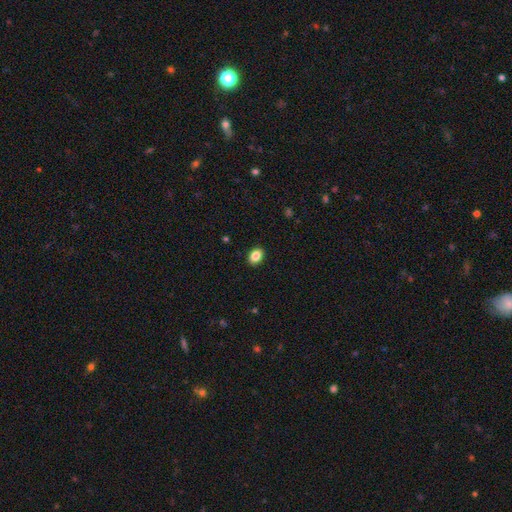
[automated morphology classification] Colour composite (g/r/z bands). It shows a smooth galaxy with no disk features (86%) that is in between round and cigar-shaped (76%). Merging: none (90%).